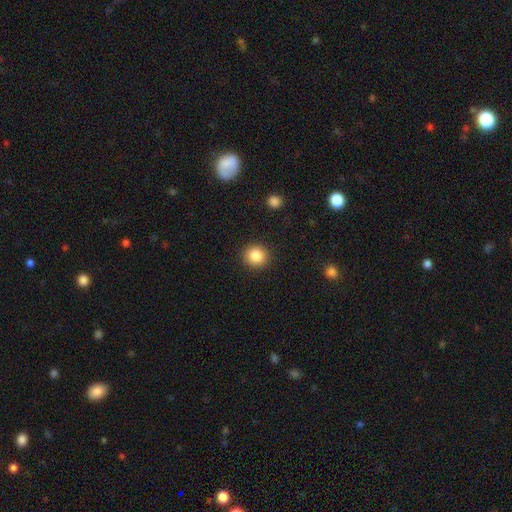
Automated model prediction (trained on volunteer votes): Smooth or featured?
  - smooth: 85% *
  - star or artifact: 10%
  - featured or disk: 5%
How rounded?
  - round: 89% *
  - in between: 10%
  - cigar-shaped: 1%
Merging?
  - none: 91% *
  - minor disturbance: 6%
  - major disturbance: 2%
  - merger: 1%